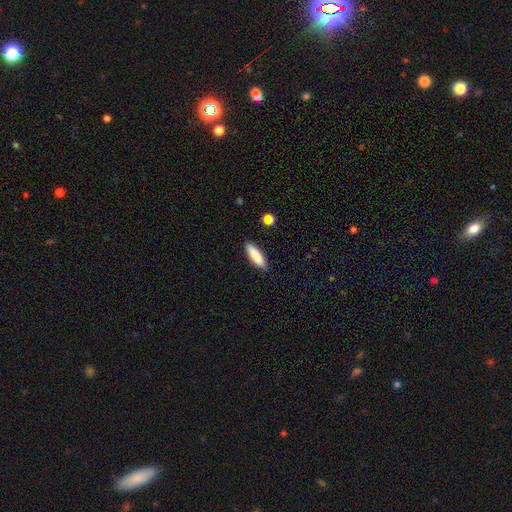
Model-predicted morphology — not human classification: smooth 85%, featured or disk 9%, star or artifact 6%. Down the decision tree: how rounded — cigar-shaped (59%); merging — none (89%).